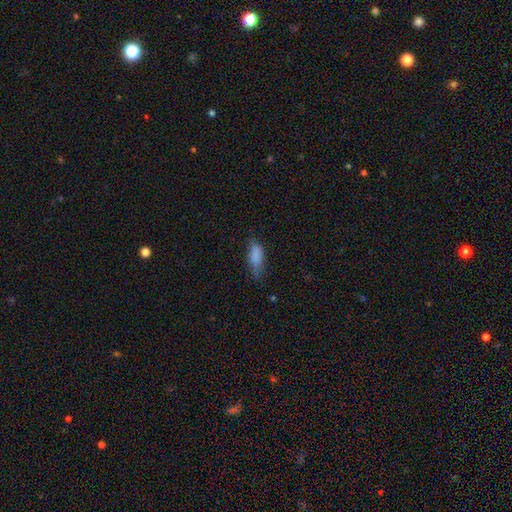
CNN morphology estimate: smooth 80%, featured or disk 12%, star or artifact 9%. Down the decision tree: how rounded — in between (78%); merging — none (49%).